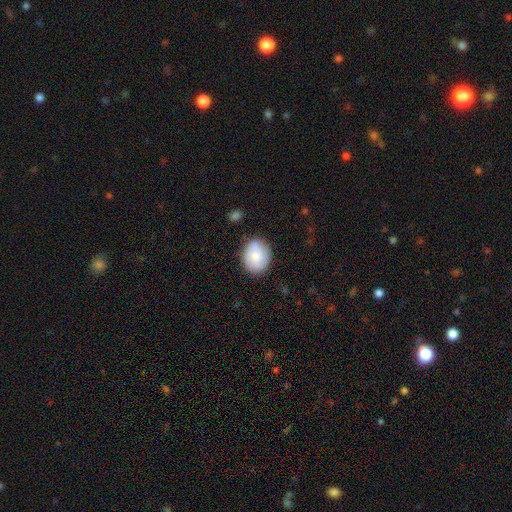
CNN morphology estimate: This is likely a smooth galaxy (75%). How rounded: possibly in between (50%, tied with round). Merging: likely none (80%).